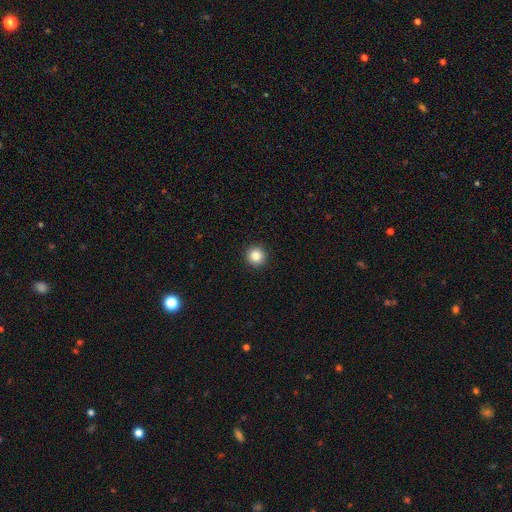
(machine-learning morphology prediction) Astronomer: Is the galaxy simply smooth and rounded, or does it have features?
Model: smooth — 84%.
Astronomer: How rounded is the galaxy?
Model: round — 96%.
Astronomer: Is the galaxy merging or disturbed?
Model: none — 94%.